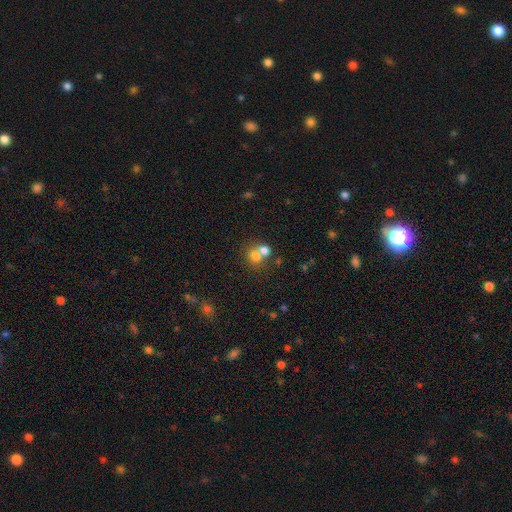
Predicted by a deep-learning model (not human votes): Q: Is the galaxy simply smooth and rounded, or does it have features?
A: smooth — 72%.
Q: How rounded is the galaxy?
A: round — 70%.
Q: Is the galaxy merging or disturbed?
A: merger — 53%.